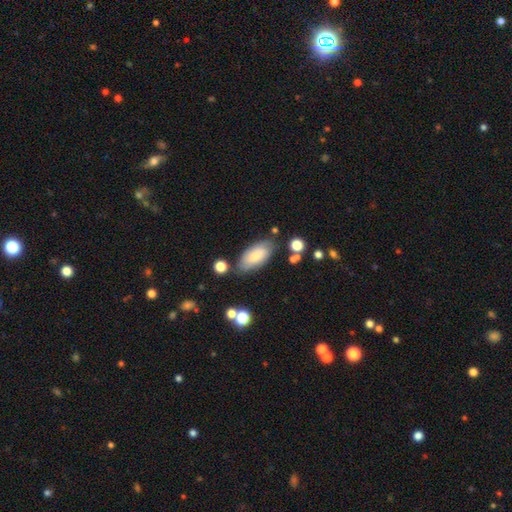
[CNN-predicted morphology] type=smooth (72%); roundness=in between (89%); merging=none (73%).